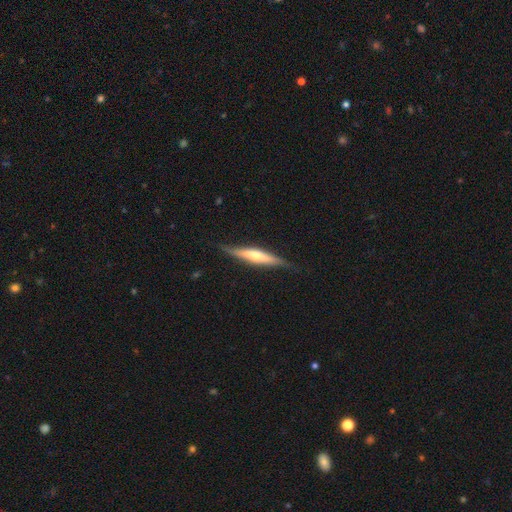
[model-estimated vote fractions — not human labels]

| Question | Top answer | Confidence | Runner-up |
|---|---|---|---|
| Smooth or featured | featured or disk | 58% | smooth (37%) |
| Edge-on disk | yes | 93% | no (7%) |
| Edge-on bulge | rounded | 72% | none (16%) |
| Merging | none | 81% | minor disturbance (14%) |